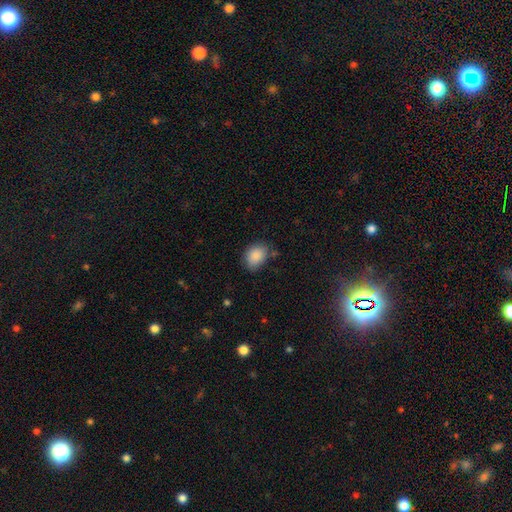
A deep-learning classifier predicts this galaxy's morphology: A smooth galaxy with no disk features (88%) that is in between round and cigar-shaped (67%).

Vote fractions:
- Smooth or featured? smooth: 88% / star or artifact: 8% / featured or disk: 4%
- How rounded? in between: 67% / round: 32% / cigar-shaped: 1%
- Merging? none: 72% / minor disturbance: 21% / major disturbance: 5% / merger: 3%